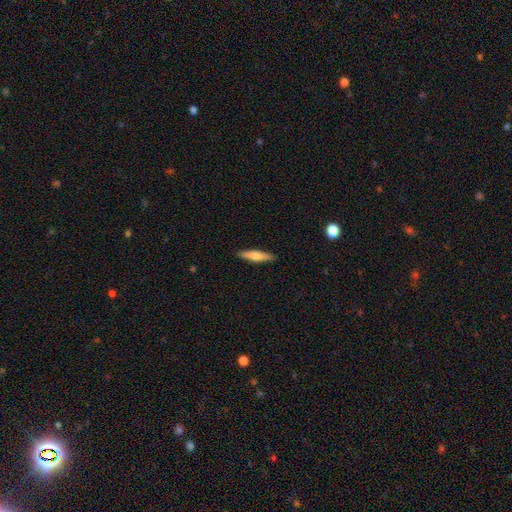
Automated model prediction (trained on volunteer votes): Smooth or featured? Predicted: smooth (p=0.63). How rounded? Predicted: cigar-shaped (p=0.83). Merging? Predicted: none (p=0.90).